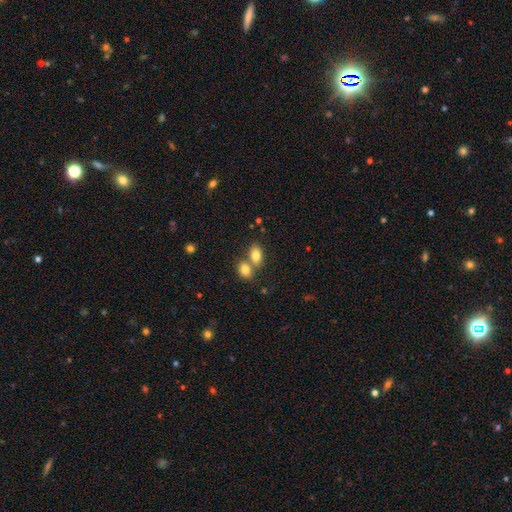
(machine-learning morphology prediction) Smooth or featured? smooth (82%)
How rounded? in between (82%)
Merging? merger (52%)